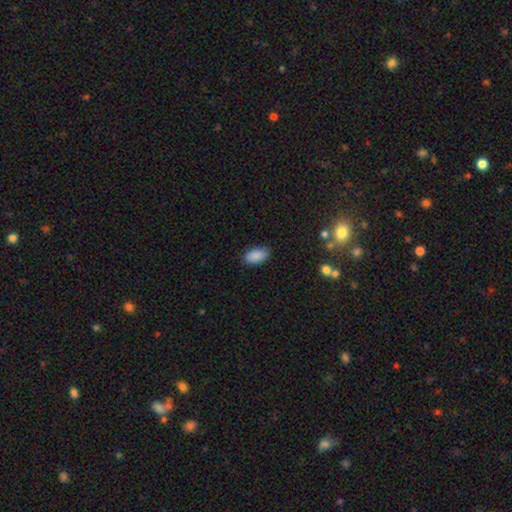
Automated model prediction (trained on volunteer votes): This is clearly a smooth galaxy (88%). How rounded: clearly in between (93%). Merging: clearly none (84%).